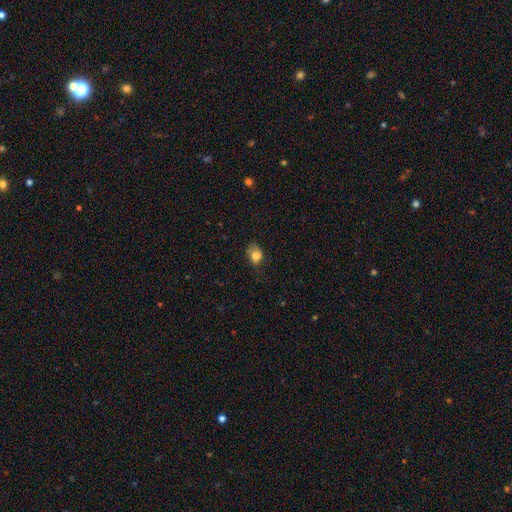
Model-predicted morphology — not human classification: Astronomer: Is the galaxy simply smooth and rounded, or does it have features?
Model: smooth — 78%.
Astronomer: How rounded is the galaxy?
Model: in between — 69%.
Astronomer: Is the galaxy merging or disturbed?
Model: none — 44% (runner-up: minor disturbance, 34%).